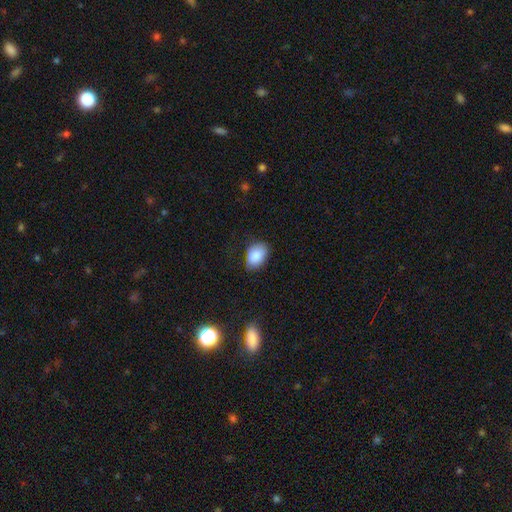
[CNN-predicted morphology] This is clearly a smooth galaxy (87%). How rounded: likely in between (80%). Merging: likely none (67%).